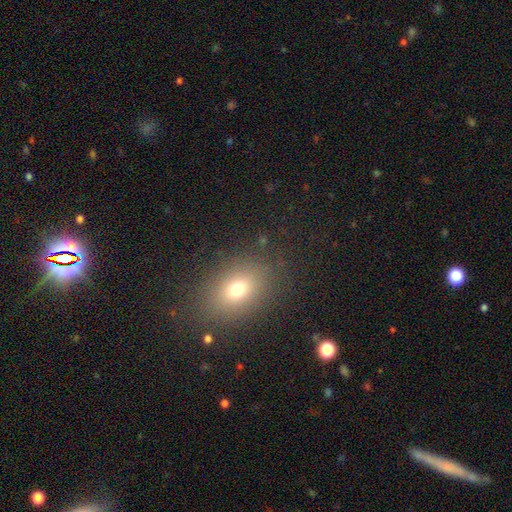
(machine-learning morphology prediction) A smooth galaxy with no disk features (61%) that is in between round and cigar-shaped (64%).

Vote fractions:
- Smooth or featured? smooth: 61% / star or artifact: 28% / featured or disk: 11%
- How rounded? in between: 64% / round: 34% / cigar-shaped: 2%
- Merging? none: 88% / minor disturbance: 7% / major disturbance: 3% / merger: 2%